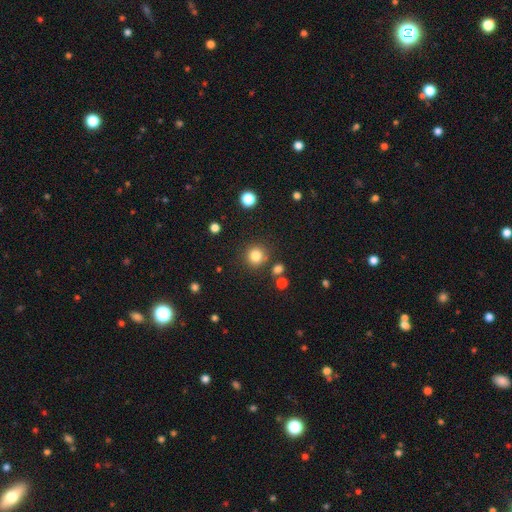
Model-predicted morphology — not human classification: smooth 82%, star or artifact 13%, featured or disk 5%. Down the decision tree: how rounded — round (93%); merging — none (84%).